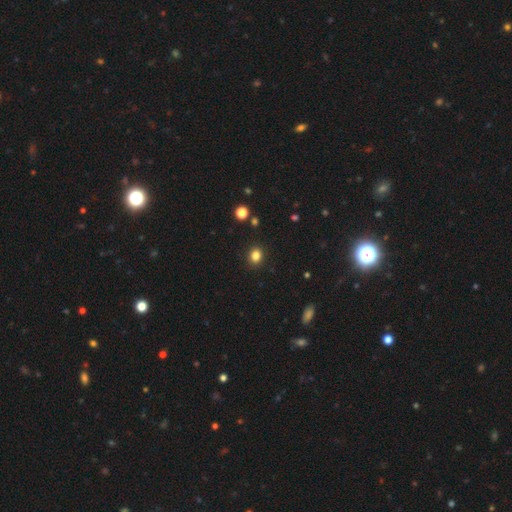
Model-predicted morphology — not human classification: type=smooth (83%); roundness=round (67%); merging=none (90%).